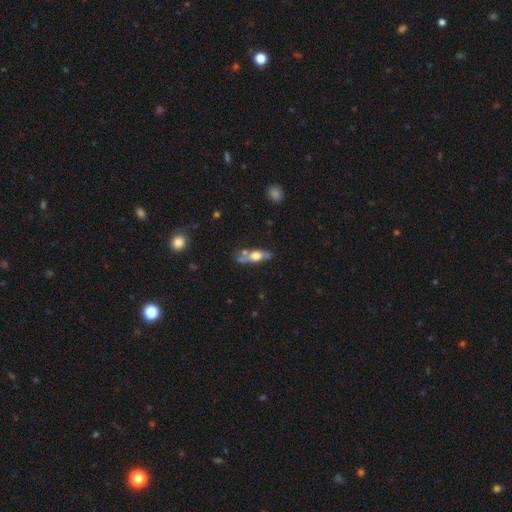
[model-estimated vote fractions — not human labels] Smooth or featured? Predicted: featured or disk (p=0.49). Merging? Predicted: none (p=0.58).